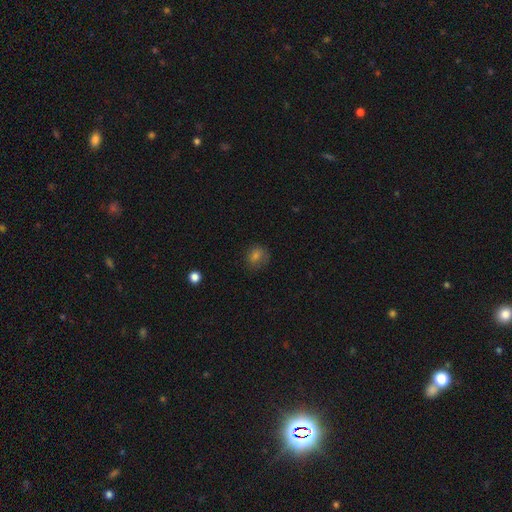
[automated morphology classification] Smooth or featured? smooth (72%)
How rounded? round (75%)
Merging? none (75%)